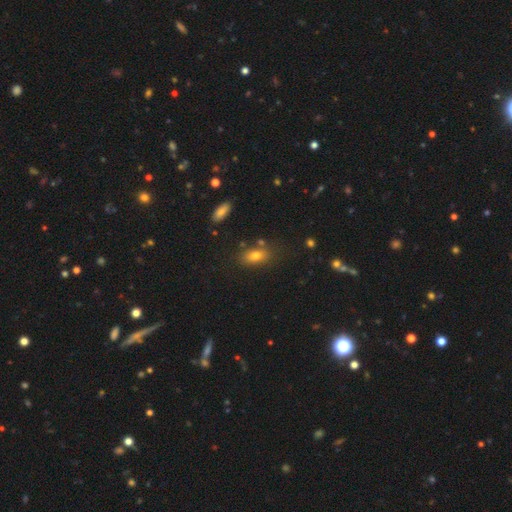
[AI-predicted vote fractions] Smooth or featured: smooth — 76% (featured or disk — 13%)
How rounded: in between — 83% (round — 11%)
Merging: none — 75% (minor disturbance — 14%)